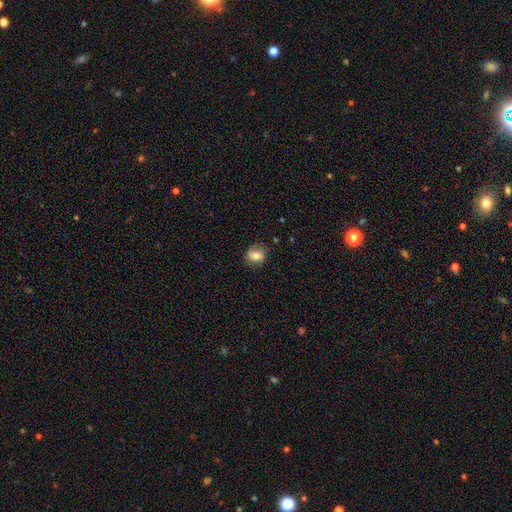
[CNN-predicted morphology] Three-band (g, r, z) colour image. It shows a smooth galaxy with no disk features (64%) that is round (58%). Merging: none (74%).